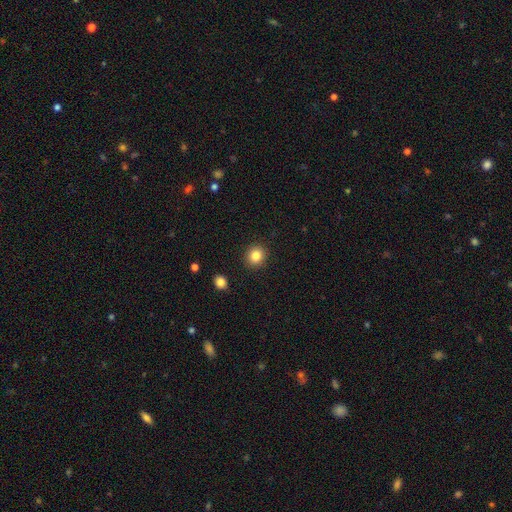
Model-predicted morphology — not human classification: The model was most divided on "how rounded": round: 84%, in between: 15%, cigar-shaped: 1%. More confident: merging — none (91%); smooth or featured — smooth (84%).